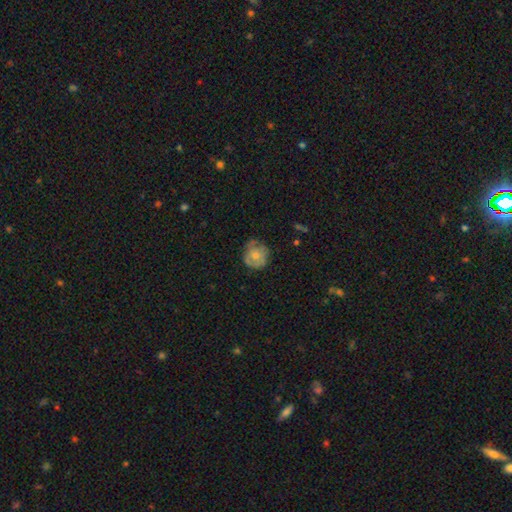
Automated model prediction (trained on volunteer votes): This is possibly a smooth galaxy (53%). How rounded: clearly round (84%). Merging: likely none (61%).